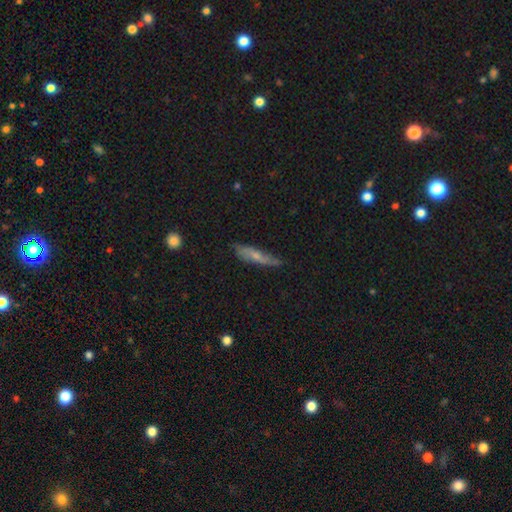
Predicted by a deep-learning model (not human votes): This is possibly a smooth galaxy (54%). How rounded: likely cigar-shaped (78%). Merging: likely none (69%).